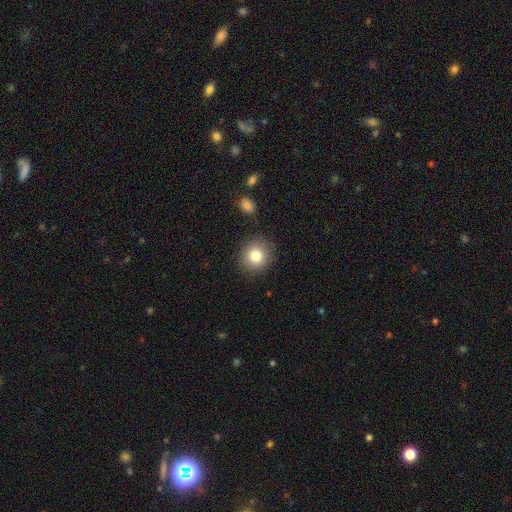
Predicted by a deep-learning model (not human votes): smooth 81%, star or artifact 10%, featured or disk 8%. Down the decision tree: how rounded — round (89%); merging — none (88%).